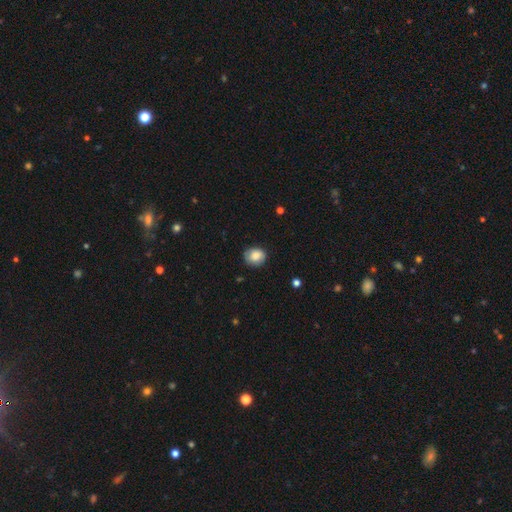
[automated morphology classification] smooth_or_featured: smooth (p=0.78) [alt: featured or disk p=0.14]
how_rounded: round (p=0.69) [alt: in between p=0.30]
merging: none (p=0.75) [alt: minor disturbance p=0.19]